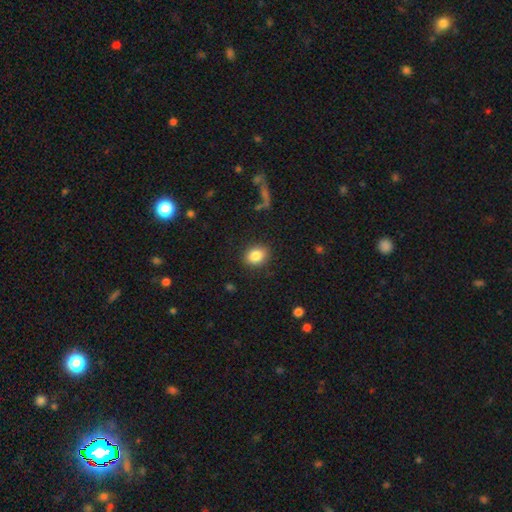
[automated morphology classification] type=smooth (84%); roundness=in between (53%); merging=none (88%).